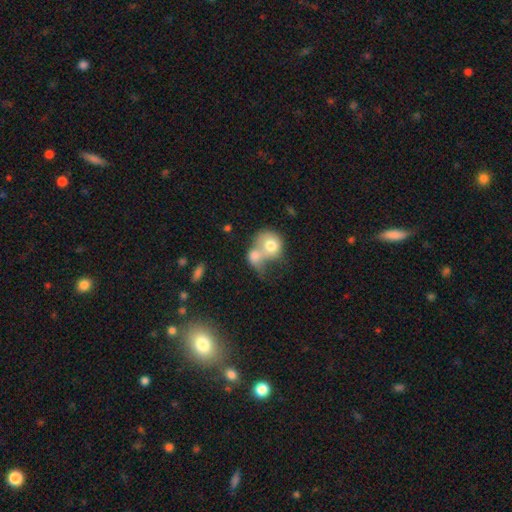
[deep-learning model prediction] Smooth or featured?
  - smooth: 69% *
  - featured or disk: 23%
  - star or artifact: 8%
How rounded?
  - round: 61% *
  - in between: 38%
  - cigar-shaped: 1%
Merging?
  - merger: 75% *
  - none: 11%
  - major disturbance: 9%
  - minor disturbance: 6%